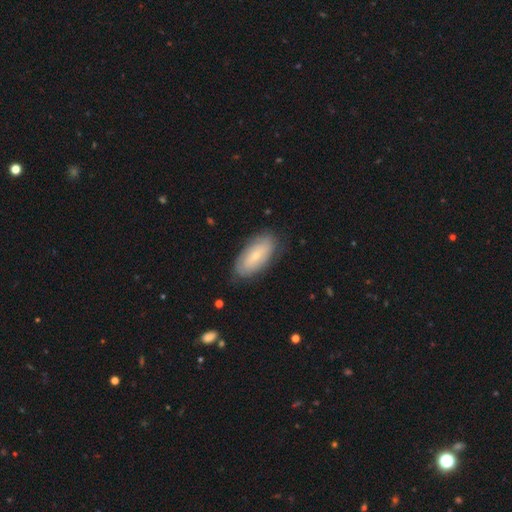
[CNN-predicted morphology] Smooth or featured? Predicted: smooth (p=0.53). How rounded? Predicted: in between (p=0.89). Merging? Predicted: none (p=0.80).